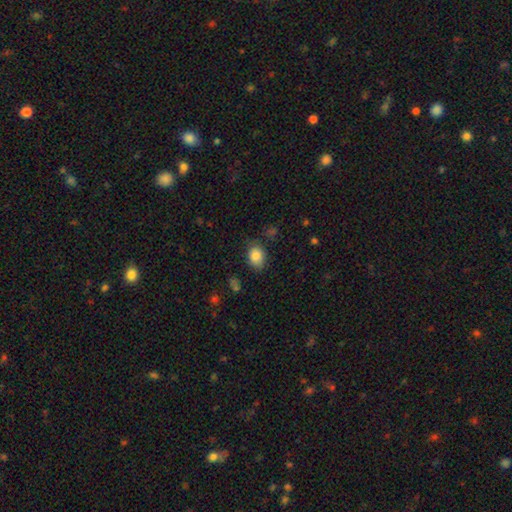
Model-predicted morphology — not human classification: The model was most divided on "how rounded": in between: 68%, round: 31%, cigar-shaped: 1%. More confident: smooth or featured — smooth (85%); merging — none (71%).